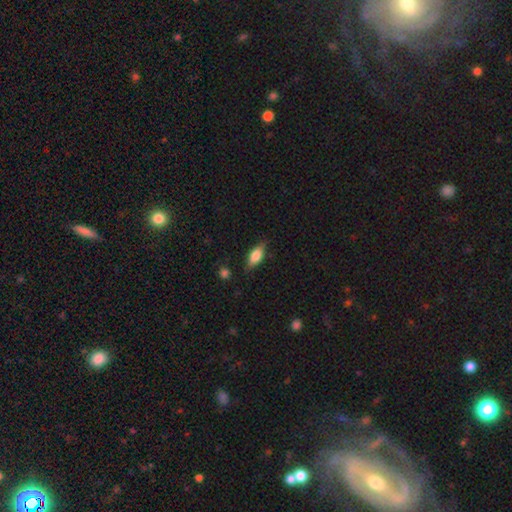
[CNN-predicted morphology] Overall: smooth (74%). How rounded: in between (76%). Merging: none (79%).